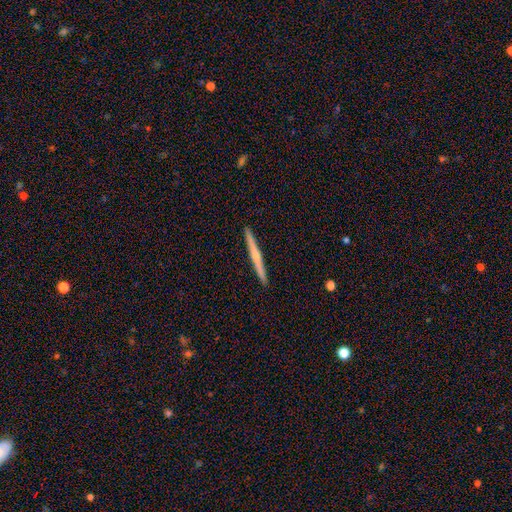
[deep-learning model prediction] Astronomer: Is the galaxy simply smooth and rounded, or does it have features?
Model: featured or disk — 60%.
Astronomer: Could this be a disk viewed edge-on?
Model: yes — 98%.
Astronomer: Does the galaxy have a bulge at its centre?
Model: rounded — 60%.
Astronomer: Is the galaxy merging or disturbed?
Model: none — 93%.